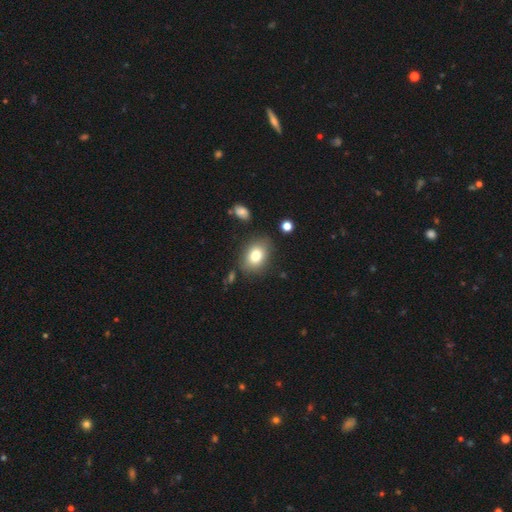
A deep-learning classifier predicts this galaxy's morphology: A smooth galaxy with no disk features (79%) that is in between round and cigar-shaped (69%). Merging: none (79%).